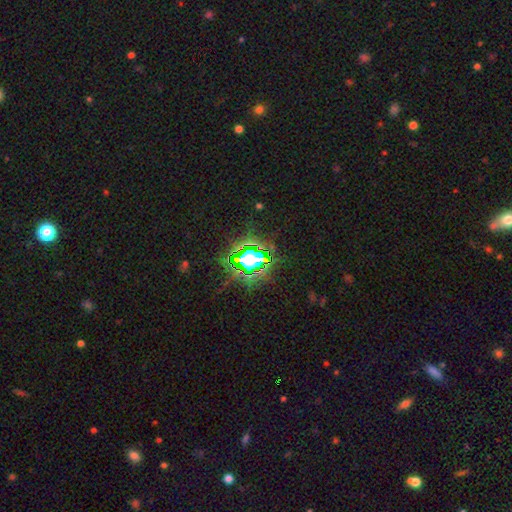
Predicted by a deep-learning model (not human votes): Overall: star or artifact (80%).